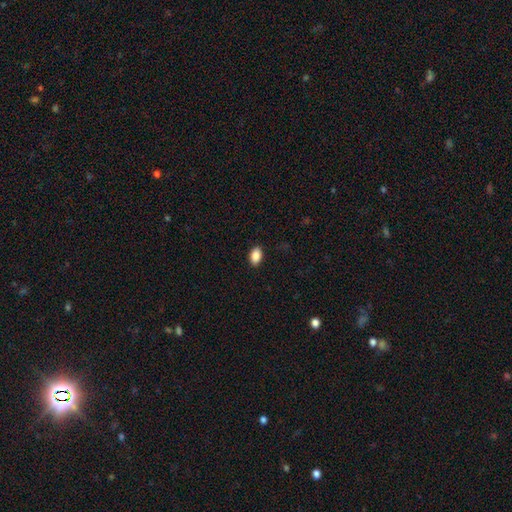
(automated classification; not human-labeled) A smooth galaxy with no disk features (88%) that is in between round and cigar-shaped (89%).

Vote fractions:
- Smooth or featured? smooth: 88% / star or artifact: 8% / featured or disk: 4%
- How rounded? in between: 89% / round: 9% / cigar-shaped: 2%
- Merging? none: 89% / minor disturbance: 8% / major disturbance: 2% / merger: 1%